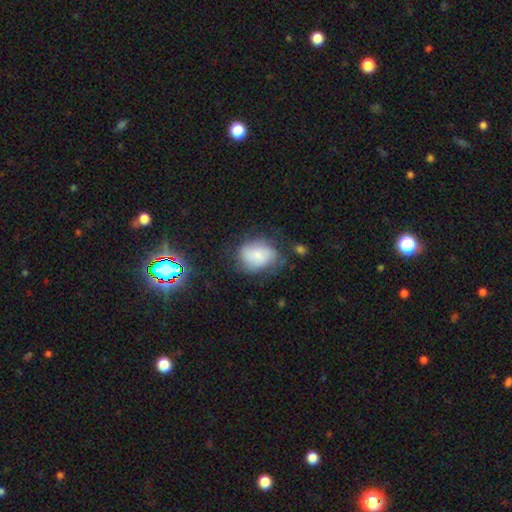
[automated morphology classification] type=smooth (68%); roundness=in between (57%); merging=none (51%).